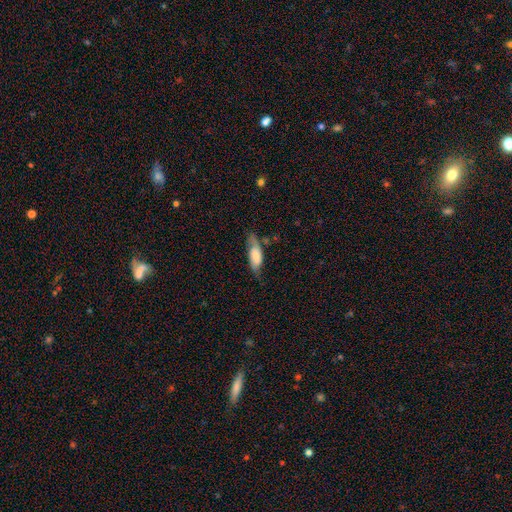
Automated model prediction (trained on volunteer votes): Smooth or featured? smooth (59%)
How rounded? in between (69%)
Merging? none (54%)